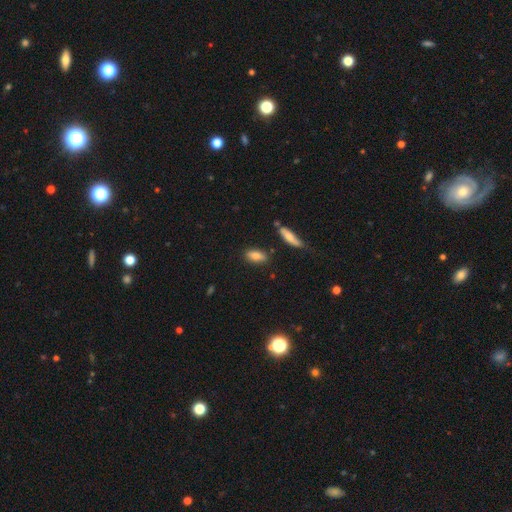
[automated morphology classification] type=smooth (79%); roundness=in between (82%); merging=none (80%).